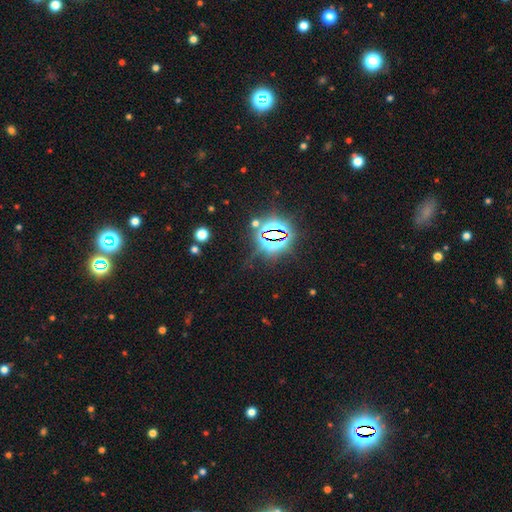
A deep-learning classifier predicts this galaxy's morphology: A star or artifact, not a galaxy (82%).

Vote fractions:
- Smooth or featured? star or artifact: 82% / smooth: 12% / featured or disk: 7%